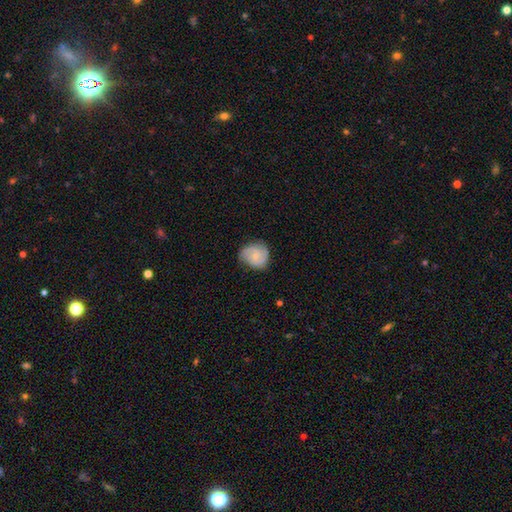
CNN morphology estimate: Smooth or featured?
  - featured or disk: 61% *
  - smooth: 32%
  - star or artifact: 7%
Edge-on disk?
  - no: 98% *
  - yes: 2%
Bar?
  - no: 71% *
  - weak: 26%
  - strong: 3%
Spiral arms?
  - yes: 93% *
  - no: 7%
Spiral winding?
  - tight: 46% *
  - medium: 41%
  - loose: 13%
Spiral arm count?
  - 2: 64% *
  - 3: 14%
  - can't tell: 12%
  - 1: 5%
  - 4: 2%
  - more than 4: 2%
Bulge size?
  - small: 64% *
  - moderate: 21%
  - none: 13%
  - large: 1%
  - dominant: 1%
Merging?
  - none: 69% *
  - minor disturbance: 24%
  - major disturbance: 7%
  - merger: 1%